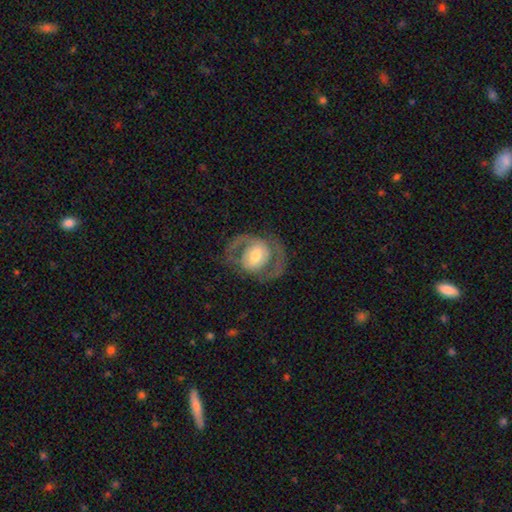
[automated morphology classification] This is likely a featured or disk galaxy (69%). It is clearly not viewed edge-on (95%). Bar: possibly no (59%). Spiral arm pattern: likely yes (61%). Central bulge: likely moderate (63%). Merging: likely none (64%).